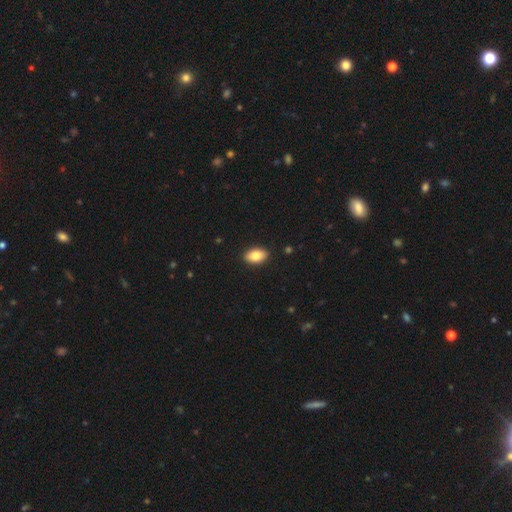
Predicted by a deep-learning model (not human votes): A smooth galaxy with no disk features (84%) that is in between round and cigar-shaped (92%). Merging: none (90%).